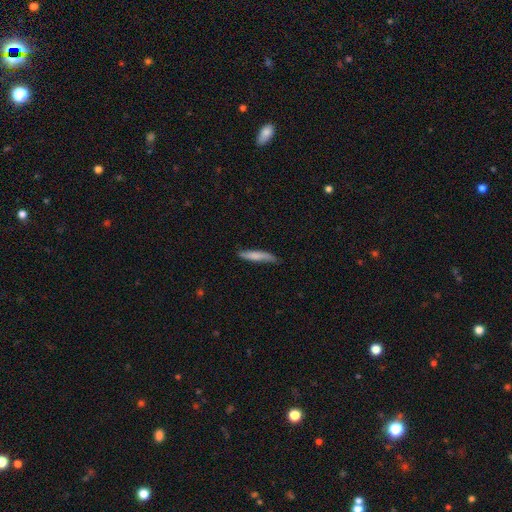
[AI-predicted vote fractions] A smooth galaxy with no disk features (73%) that is cigar-shaped (87%).

Vote fractions:
- Smooth or featured? smooth: 73% / featured or disk: 21% / star or artifact: 5%
- How rounded? cigar-shaped: 87% / in between: 11% / round: 1%
- Merging? none: 71% / minor disturbance: 24% / major disturbance: 4% / merger: 2%